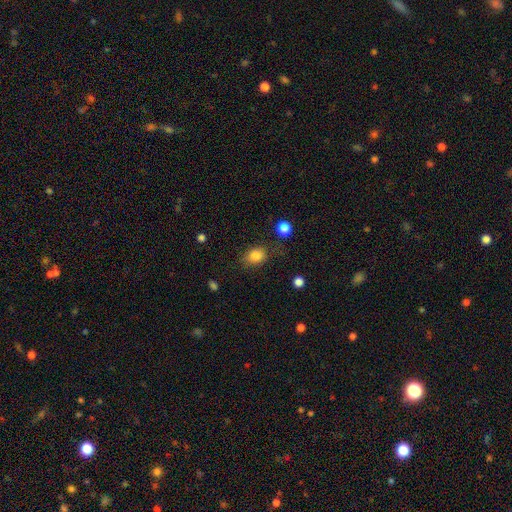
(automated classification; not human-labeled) Smooth or featured: smooth — 83% (star or artifact — 10%)
How rounded: in between — 51% (round — 48%)
Merging: none — 72% (minor disturbance — 19%)